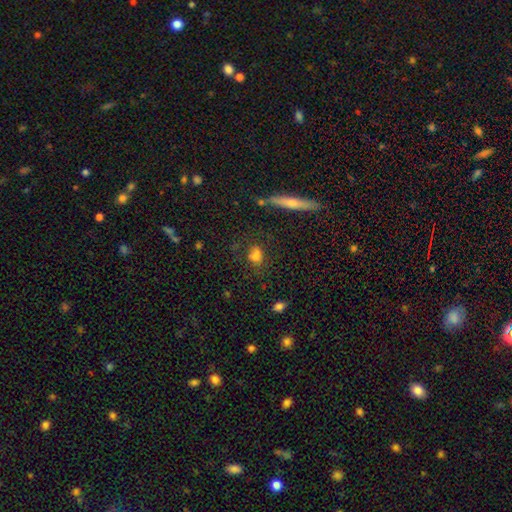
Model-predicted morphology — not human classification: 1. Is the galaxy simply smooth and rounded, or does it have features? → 70% smooth, 16% star or artifact, 14% featured or disk.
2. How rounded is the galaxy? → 62% in between, 32% round, 6% cigar-shaped.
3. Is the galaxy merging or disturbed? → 65% none, 19% minor disturbance, 10% major disturbance, 6% merger.